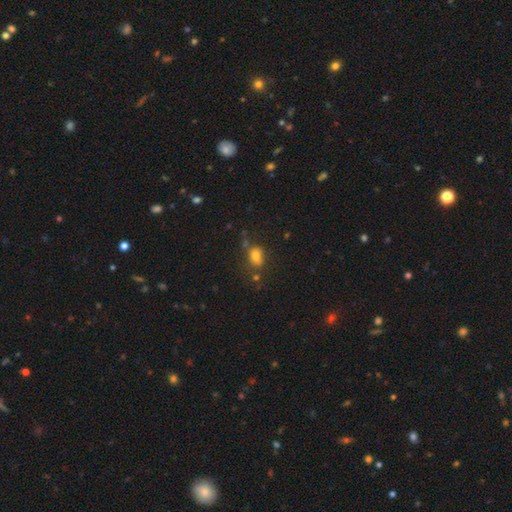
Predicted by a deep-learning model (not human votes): A smooth galaxy with no disk features (74%) that is in between round and cigar-shaped (70%).

Vote fractions:
- Smooth or featured? smooth: 74% / star or artifact: 16% / featured or disk: 10%
- How rounded? in between: 70% / round: 28% / cigar-shaped: 3%
- Merging? none: 57% / minor disturbance: 21% / merger: 13% / major disturbance: 9%